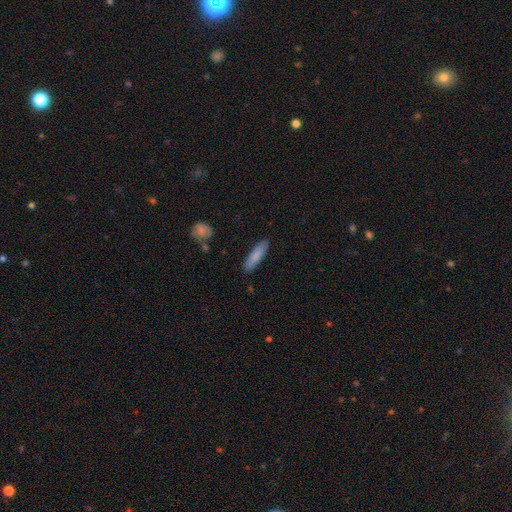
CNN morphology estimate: This appears to be a smooth galaxy with no disk features (83%) that is cigar-shaped (75%). Merging: none (87%).